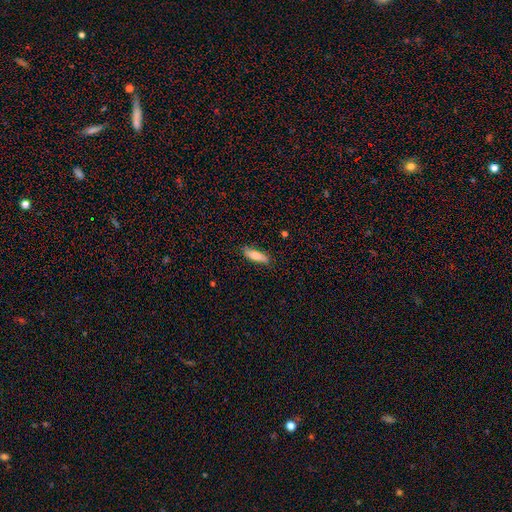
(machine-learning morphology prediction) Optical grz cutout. It shows a smooth galaxy with no disk features (68%) that is cigar-shaped (52%). Merging: none (84%).